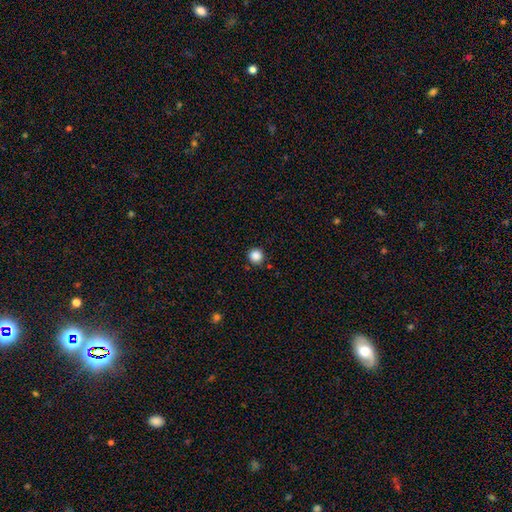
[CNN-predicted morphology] smooth 86%, star or artifact 11%, featured or disk 3%. Down the decision tree: how rounded — round (95%); merging — none (90%).